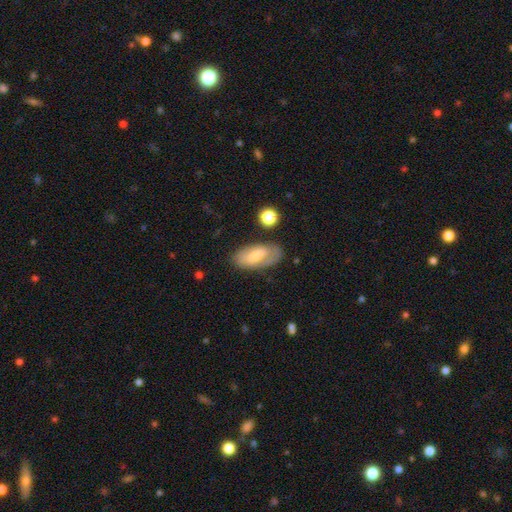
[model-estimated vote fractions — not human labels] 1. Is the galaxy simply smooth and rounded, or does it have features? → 58% smooth, 35% featured or disk, 7% star or artifact.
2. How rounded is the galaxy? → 87% in between, 10% cigar-shaped, 3% round.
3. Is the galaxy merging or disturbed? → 70% none, 19% minor disturbance, 7% major disturbance, 3% merger.